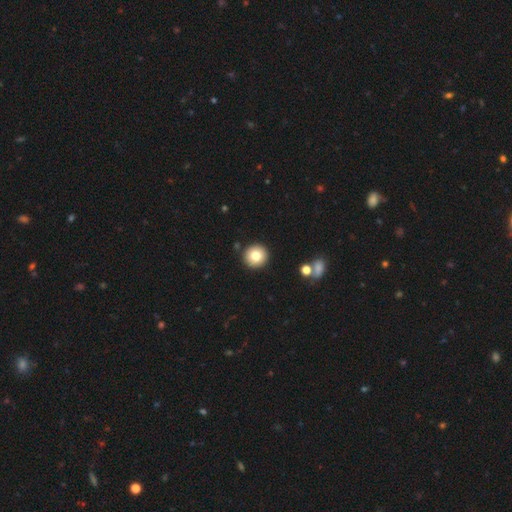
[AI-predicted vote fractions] smooth_or_featured: smooth (p=0.79) [alt: featured or disk p=0.11]
how_rounded: round (p=0.95) [alt: in between p=0.05]
merging: none (p=0.91) [alt: minor disturbance p=0.05]